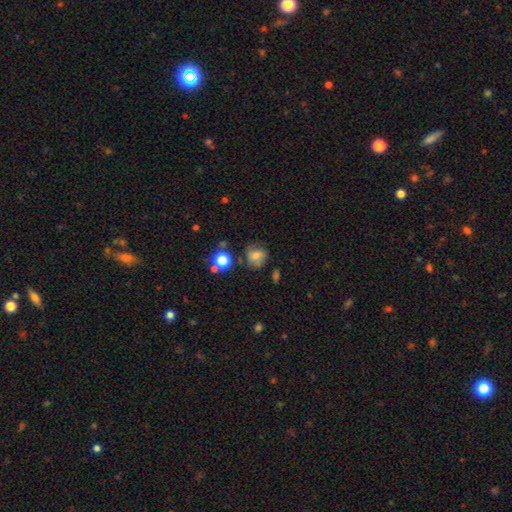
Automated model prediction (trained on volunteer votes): Morphology: type=smooth (71%); roundness=round (79%); merging=none (68%).